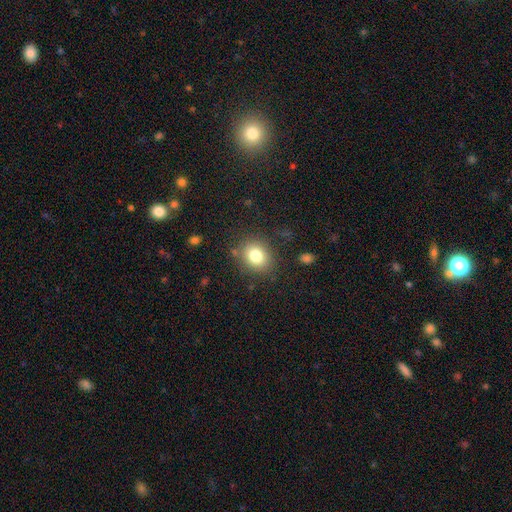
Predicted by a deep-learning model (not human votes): Smooth or featured? Predicted: smooth (p=0.79). How rounded? Predicted: round (p=0.66). Merging? Predicted: none (p=0.82).